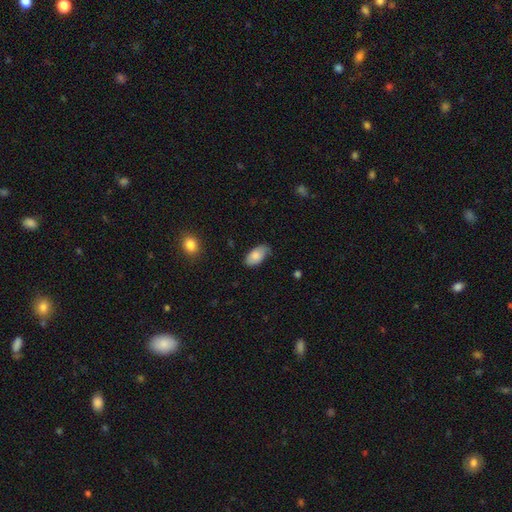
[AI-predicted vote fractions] Morphology: type=smooth (80%); roundness=in between (95%); merging=none (65%).